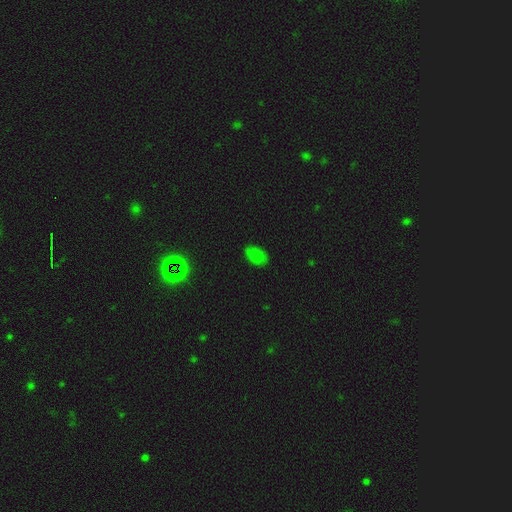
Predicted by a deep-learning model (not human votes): This is likely a smooth galaxy (77%). How rounded: clearly in between (90%). Merging: likely none (76%).